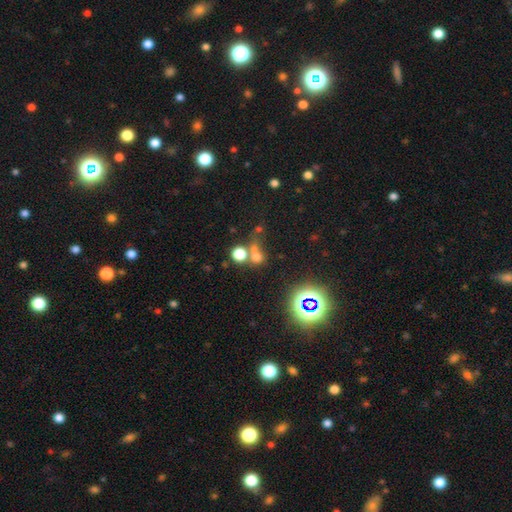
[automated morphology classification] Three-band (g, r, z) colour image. It shows a smooth galaxy with no disk features (56%) that is round (83%). Merging: none (48%).